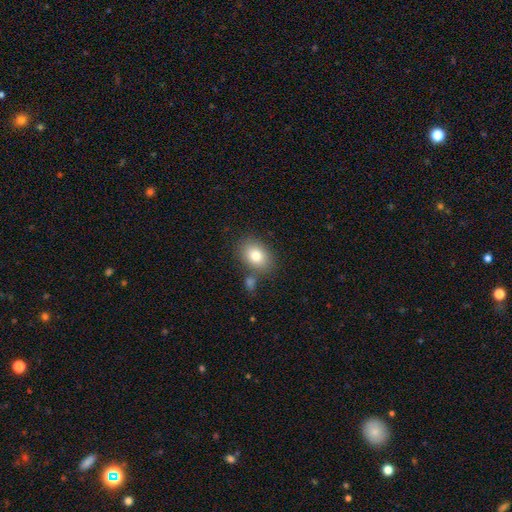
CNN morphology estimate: smooth-or-featured: smooth: 81% | featured or disk: 11% | star or artifact: 8%
  how-rounded: in between: 73% | round: 26% | cigar-shaped: 1%
  merging: none: 72% | minor disturbance: 13% | merger: 12% | major disturbance: 4%